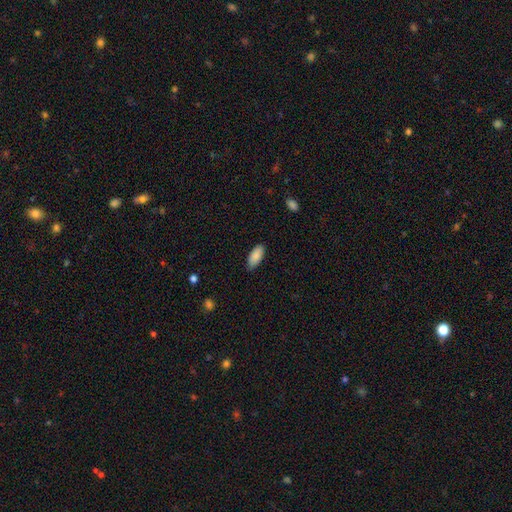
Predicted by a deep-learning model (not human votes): smooth-or-featured: smooth: 88% | star or artifact: 6% | featured or disk: 6%
  how-rounded: in between: 87% | cigar-shaped: 11% | round: 2%
  merging: none: 83% | minor disturbance: 14% | major disturbance: 2% | merger: 1%